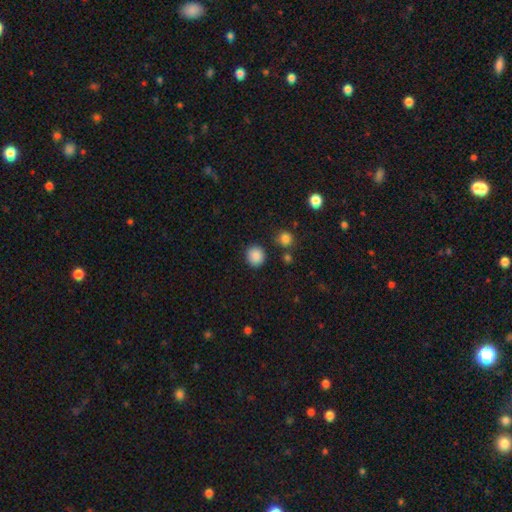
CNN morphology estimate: type=smooth (87%); roundness=round (87%); merging=none (88%).